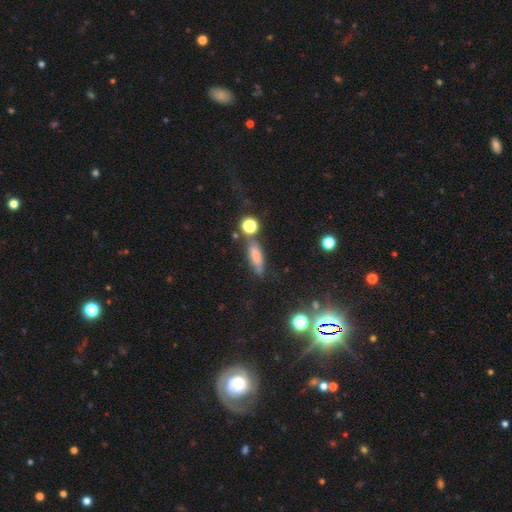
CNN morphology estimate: smooth_or_featured: smooth (p=0.67) [alt: featured or disk p=0.18]
how_rounded: cigar-shaped (p=0.53) [alt: in between p=0.42]
merging: none (p=0.62) [alt: minor disturbance p=0.19]